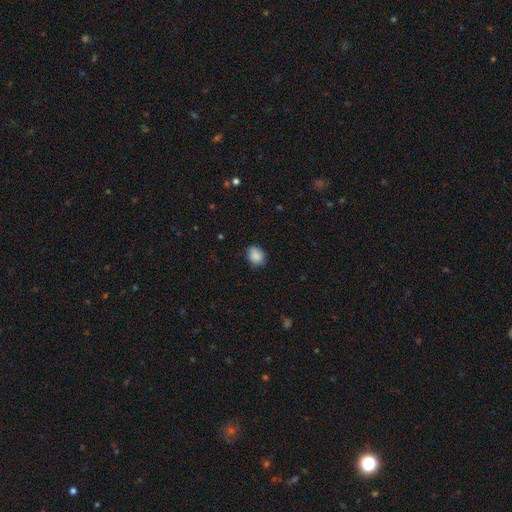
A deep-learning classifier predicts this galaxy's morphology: Q: Smooth or featured?
A: smooth (85%); runner-up: star or artifact (8%)
Q: How rounded?
A: round (50%); runner-up: in between (49%)
Q: Merging?
A: none (75%); runner-up: minor disturbance (20%)